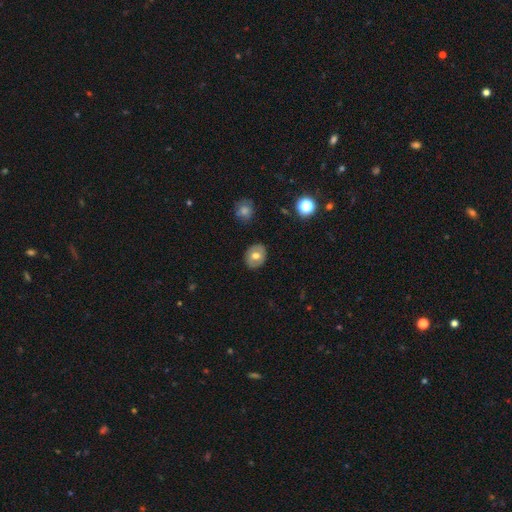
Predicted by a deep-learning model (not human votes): smooth 65%, featured or disk 27%, star or artifact 8%. Down the decision tree: how rounded — round (58%); merging — none (88%).